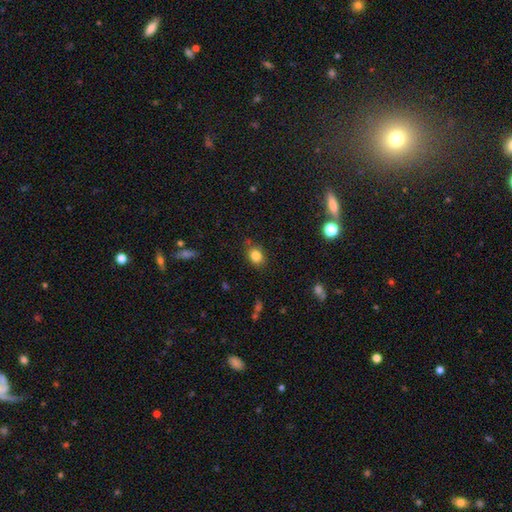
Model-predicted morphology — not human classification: smooth_or_featured: smooth (p=0.83) [alt: star or artifact p=0.11]
how_rounded: in between (p=0.51) [alt: round p=0.48]
merging: none (p=0.79) [alt: minor disturbance p=0.15]